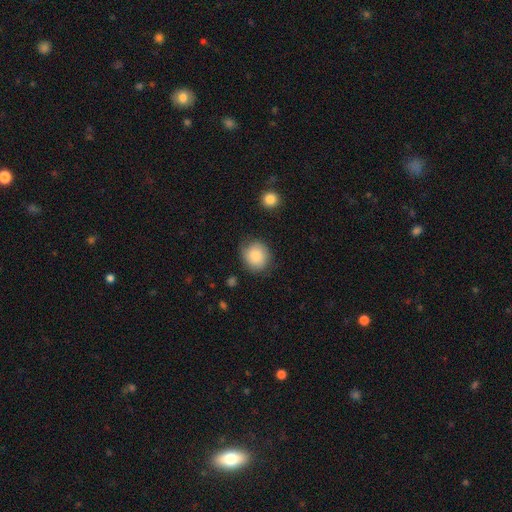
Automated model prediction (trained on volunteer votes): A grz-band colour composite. It shows a smooth galaxy with no disk features (85%) that is round (78%). Merging: none (77%).